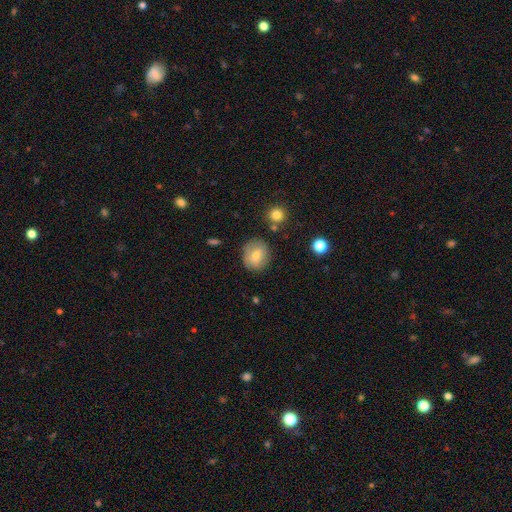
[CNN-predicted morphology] smooth_or_featured: smooth (p=0.76) [alt: featured or disk p=0.16]
how_rounded: round (p=0.68) [alt: in between p=0.31]
merging: none (p=0.77) [alt: minor disturbance p=0.16]